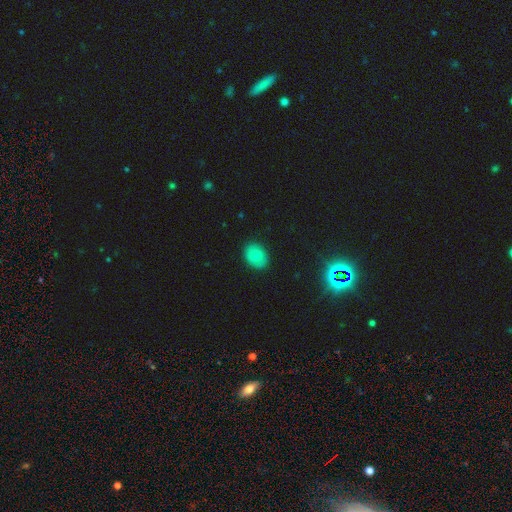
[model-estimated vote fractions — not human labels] Q: Smooth or featured?
A: smooth (71%); runner-up: featured or disk (18%)
Q: How rounded?
A: in between (59%); runner-up: round (40%)
Q: Merging?
A: none (87%); runner-up: minor disturbance (10%)